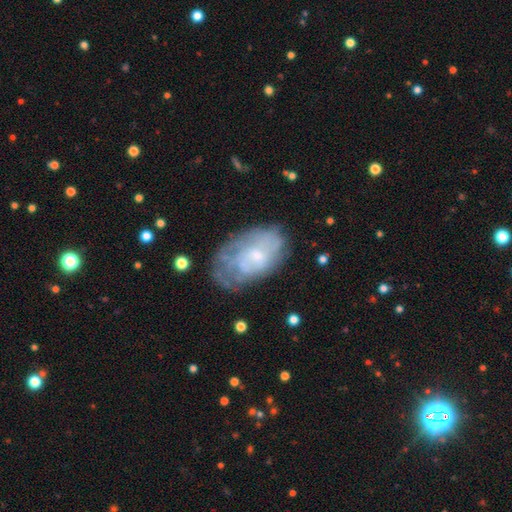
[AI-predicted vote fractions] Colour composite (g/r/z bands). It shows a featured or disk galaxy (59%) with no bar (75%), spiral arms (57%) and a small central bulge (61%). Merging: none (55%).